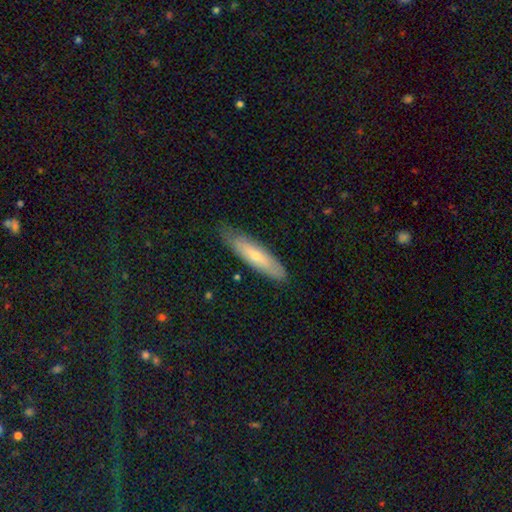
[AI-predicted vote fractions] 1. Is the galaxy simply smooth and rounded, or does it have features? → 58% smooth, 36% featured or disk, 6% star or artifact.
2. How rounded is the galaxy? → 71% cigar-shaped, 27% in between, 2% round.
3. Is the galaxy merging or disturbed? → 74% none, 21% minor disturbance, 4% major disturbance, 1% merger.